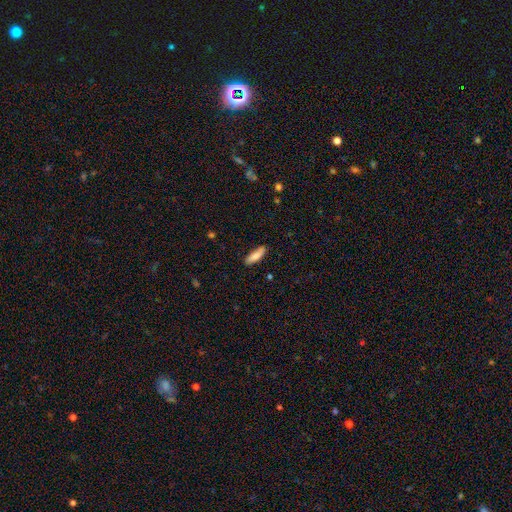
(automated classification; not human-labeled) Q: Smooth or featured?
A: smooth (84%); runner-up: featured or disk (10%)
Q: How rounded?
A: cigar-shaped (55%); runner-up: in between (44%)
Q: Merging?
A: none (84%); runner-up: minor disturbance (12%)